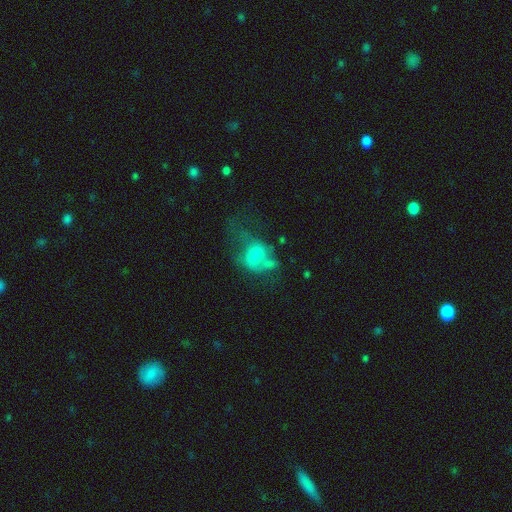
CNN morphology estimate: Smooth or featured?
  - smooth: 52% *
  - featured or disk: 37%
  - star or artifact: 11%
How rounded?
  - in between: 62% *
  - round: 36%
  - cigar-shaped: 2%
Merging?
  - major disturbance: 43% *
  - merger: 26%
  - none: 18%
  - minor disturbance: 14%